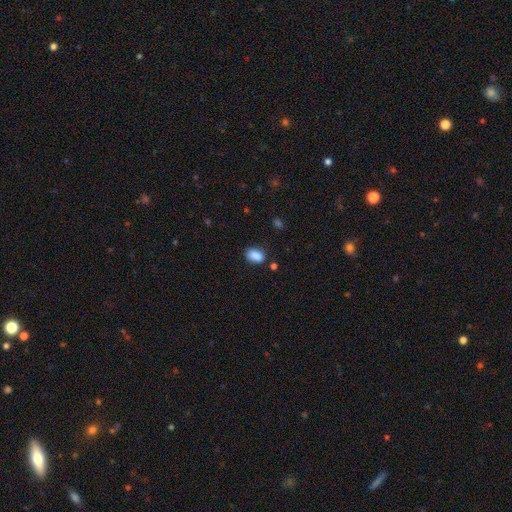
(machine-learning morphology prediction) smooth 88%, star or artifact 8%, featured or disk 4%. Down the decision tree: how rounded — in between (87%); merging — none (78%).